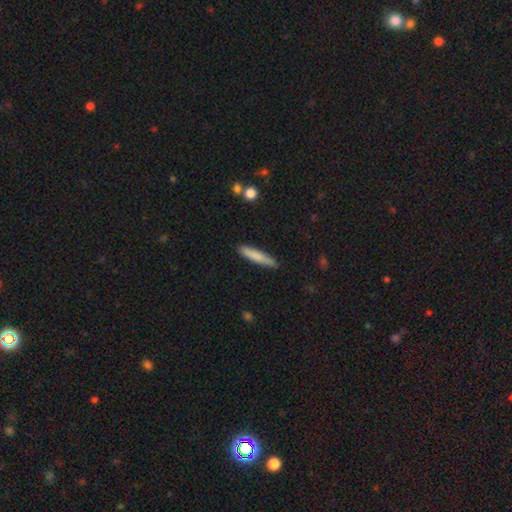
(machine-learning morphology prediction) Smooth or featured? Predicted: smooth (p=0.79). How rounded? Predicted: cigar-shaped (p=0.92). Merging? Predicted: none (p=0.86).